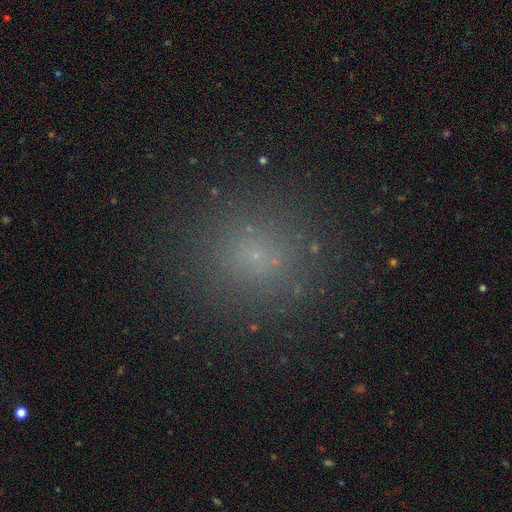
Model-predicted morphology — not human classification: This is likely a smooth galaxy (69%). How rounded: clearly round (89%). Merging: clearly none (87%).